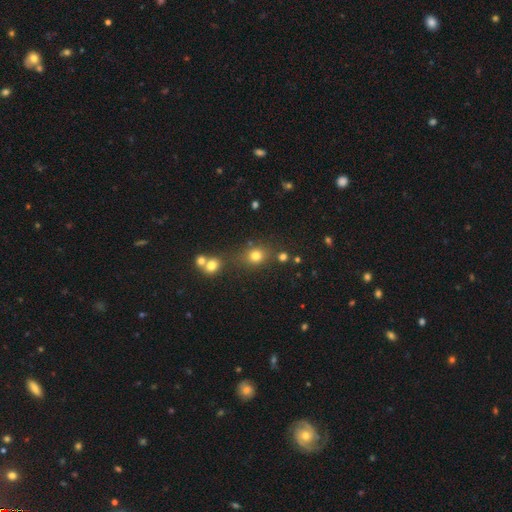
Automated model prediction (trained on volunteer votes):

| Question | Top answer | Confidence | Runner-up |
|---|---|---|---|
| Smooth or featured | smooth | 75% | star or artifact (17%) |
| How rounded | round | 69% | in between (30%) |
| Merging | none | 68% | merger (15%) |